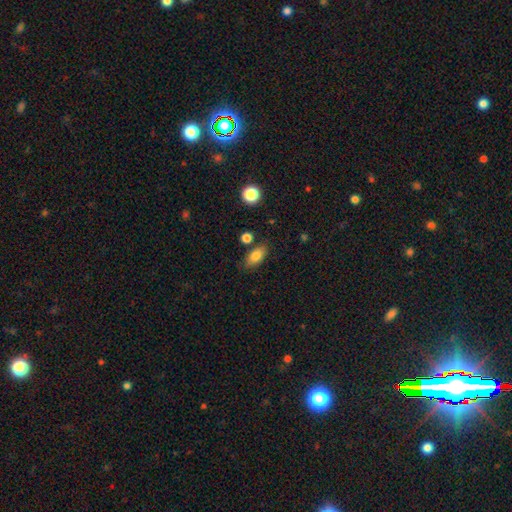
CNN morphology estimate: The model was most divided on "merging": none: 79%, minor disturbance: 13%, merger: 5%, major disturbance: 3%. More confident: how rounded — in between (87%); smooth or featured — smooth (81%).